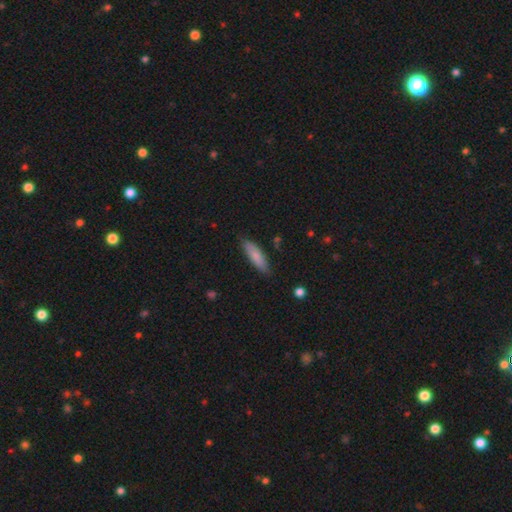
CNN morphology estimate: This is clearly a smooth galaxy (81%). How rounded: possibly cigar-shaped (57%). Merging: clearly none (83%).